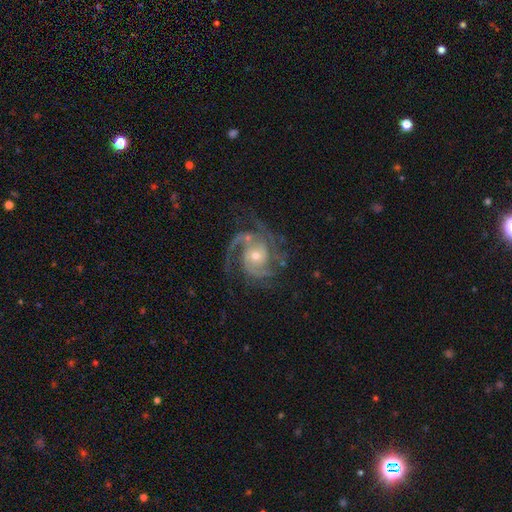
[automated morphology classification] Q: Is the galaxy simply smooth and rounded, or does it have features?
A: featured or disk — 91%.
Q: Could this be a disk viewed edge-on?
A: no — 98%.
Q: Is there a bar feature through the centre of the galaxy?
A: no — 71%.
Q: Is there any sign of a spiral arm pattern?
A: yes — 98%.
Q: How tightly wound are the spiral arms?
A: tight — 45%.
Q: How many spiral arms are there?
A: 3 — 39%.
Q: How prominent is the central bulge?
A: small — 50%.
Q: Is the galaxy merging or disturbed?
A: none — 66%.